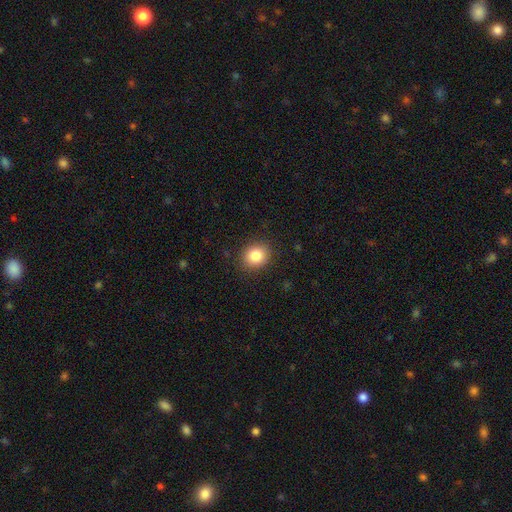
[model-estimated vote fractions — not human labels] Smooth or featured?
  - smooth: 84% *
  - star or artifact: 10%
  - featured or disk: 6%
How rounded?
  - round: 70% *
  - in between: 29%
  - cigar-shaped: 1%
Merging?
  - none: 88% *
  - minor disturbance: 8%
  - major disturbance: 2%
  - merger: 1%